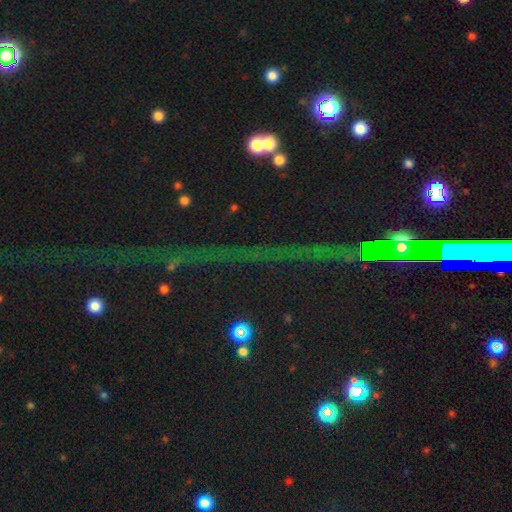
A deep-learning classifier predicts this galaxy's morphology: star or artifact 67%, featured or disk 18%, smooth 15%.